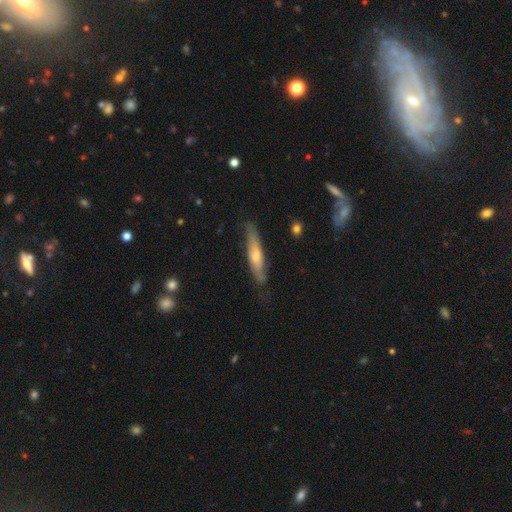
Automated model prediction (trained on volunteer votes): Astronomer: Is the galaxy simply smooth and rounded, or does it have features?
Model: featured or disk — 51% (runner-up: smooth, 43%).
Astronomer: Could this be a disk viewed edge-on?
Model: yes — 66%.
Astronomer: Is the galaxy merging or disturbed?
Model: none — 69%.